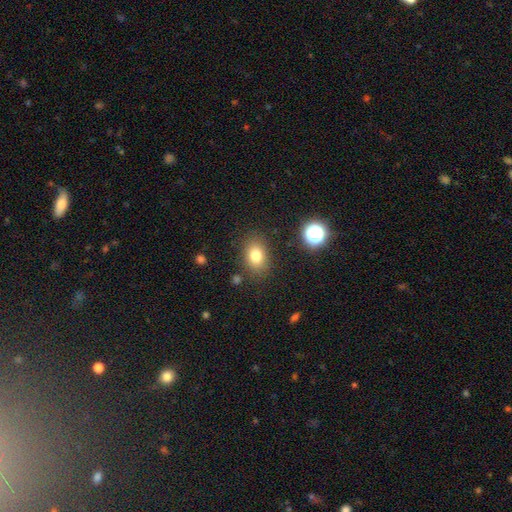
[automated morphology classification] smooth_or_featured: smooth (p=0.79) [alt: star or artifact p=0.12]
how_rounded: in between (p=0.68) [alt: round p=0.31]
merging: none (p=0.83) [alt: minor disturbance p=0.11]